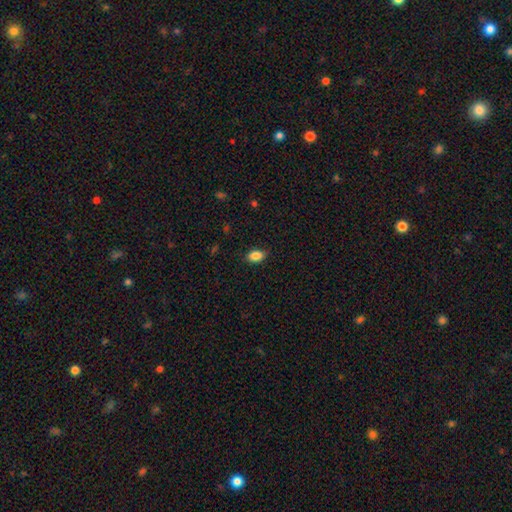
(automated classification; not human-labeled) Smooth or featured: smooth — 87% (star or artifact — 9%)
How rounded: in between — 85% (round — 13%)
Merging: none — 83% (minor disturbance — 13%)